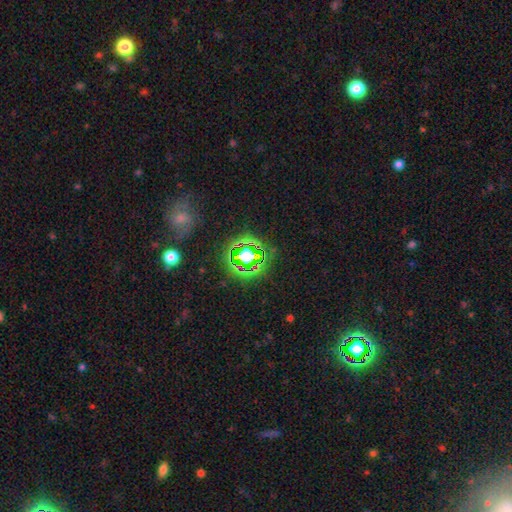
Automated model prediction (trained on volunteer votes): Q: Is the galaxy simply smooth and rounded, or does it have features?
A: star or artifact — 78%.